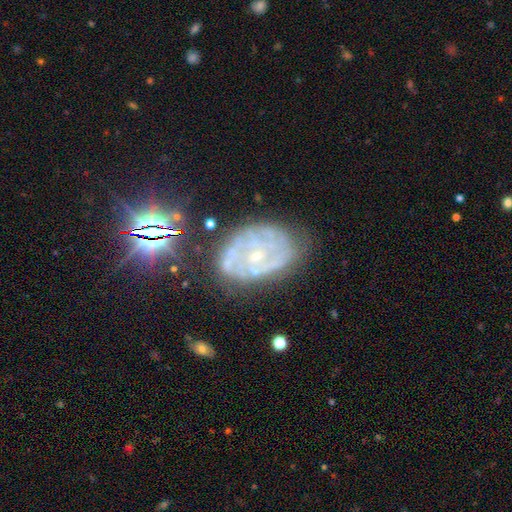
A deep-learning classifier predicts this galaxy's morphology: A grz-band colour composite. It shows a featured or disk galaxy (79%) with no bar (75%), tight (65%) spiral arms (85%) and a small central bulge (78%). Merging: none (66%).